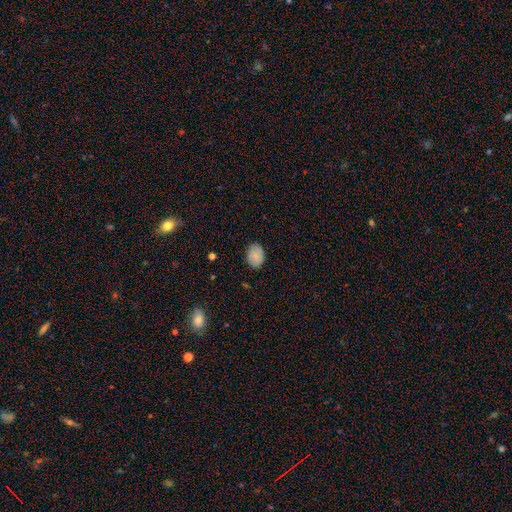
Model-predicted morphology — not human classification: smooth 83%, featured or disk 10%, star or artifact 8%. Down the decision tree: how rounded — in between (75%); merging — none (83%).